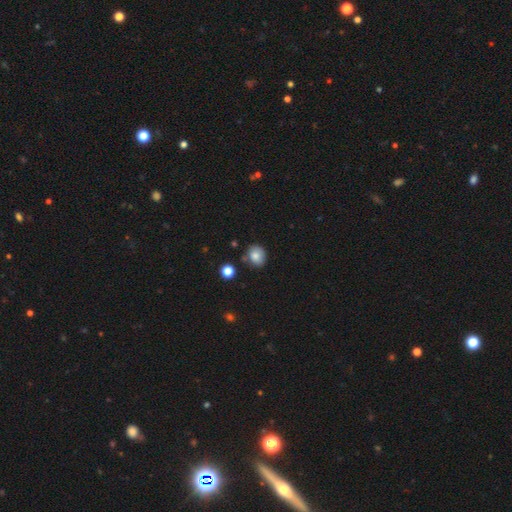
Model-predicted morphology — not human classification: A smooth galaxy with no disk features (82%) that is round (63%).

Vote fractions:
- Smooth or featured? smooth: 82% / star or artifact: 10% / featured or disk: 8%
- How rounded? round: 63% / in between: 36% / cigar-shaped: 1%
- Merging? none: 75% / minor disturbance: 15% / merger: 6% / major disturbance: 3%